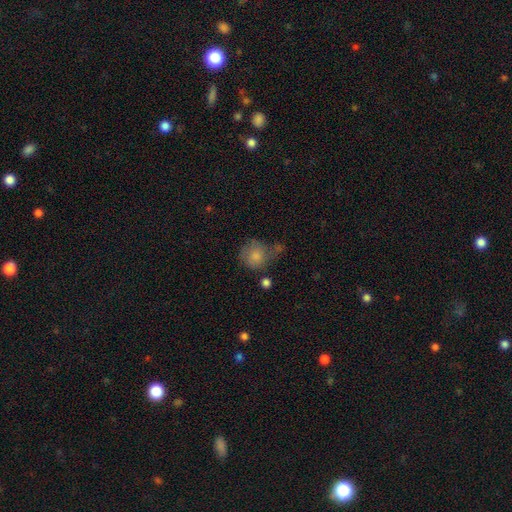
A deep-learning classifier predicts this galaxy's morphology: smooth_or_featured: smooth (p=0.75) [alt: featured or disk p=0.16]
how_rounded: round (p=0.78) [alt: in between p=0.21]
merging: none (p=0.41) [alt: minor disturbance p=0.27]